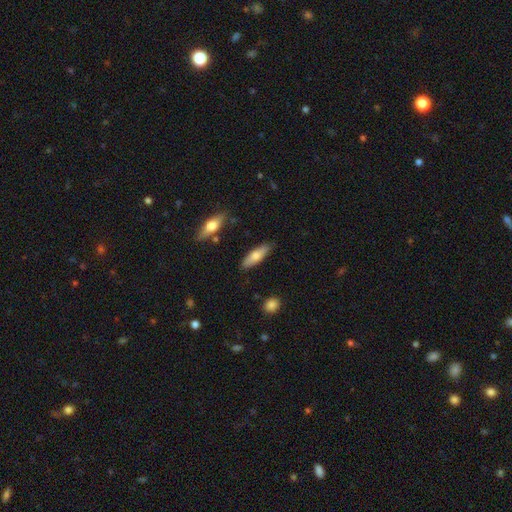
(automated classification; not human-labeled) Smooth or featured? smooth (68%)
How rounded? cigar-shaped (50%)
Merging? none (85%)